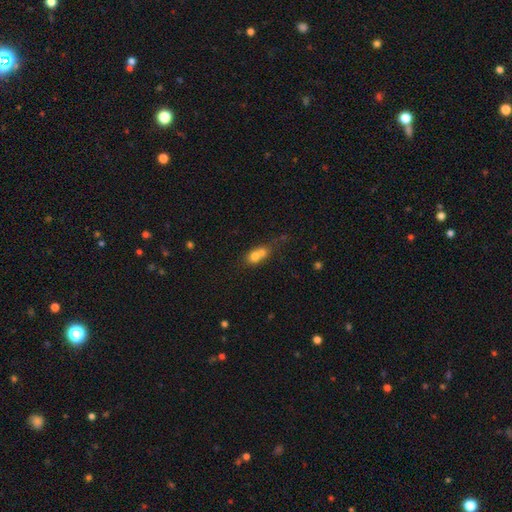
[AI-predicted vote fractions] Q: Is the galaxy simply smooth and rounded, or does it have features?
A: smooth — 69%.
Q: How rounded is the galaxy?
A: round — 51%.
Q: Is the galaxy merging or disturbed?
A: merger — 67%.